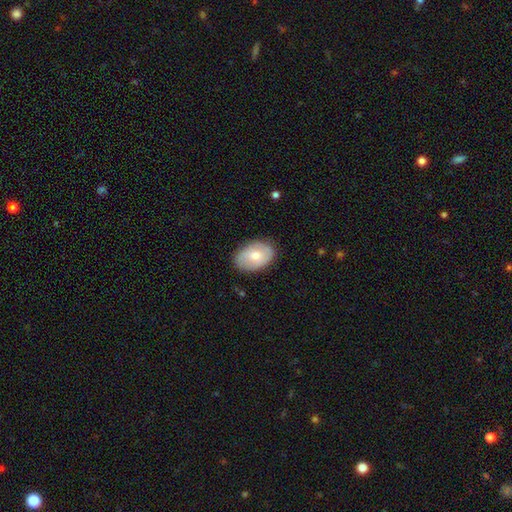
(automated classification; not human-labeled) A smooth galaxy with no disk features (63%) that is in between round and cigar-shaped (85%). Merging: none (83%).